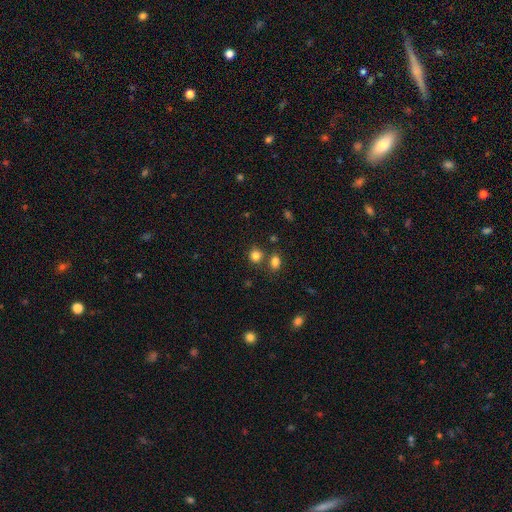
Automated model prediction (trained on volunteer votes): smooth_or_featured: smooth (p=0.82) [alt: star or artifact p=0.13]
how_rounded: round (p=0.79) [alt: in between p=0.20]
merging: none (p=0.70) [alt: merger p=0.17]